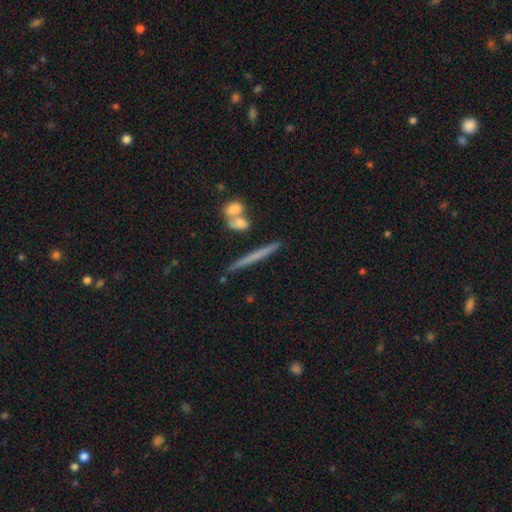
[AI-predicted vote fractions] Morphology: type=featured or disk (47%); merging=none (77%).